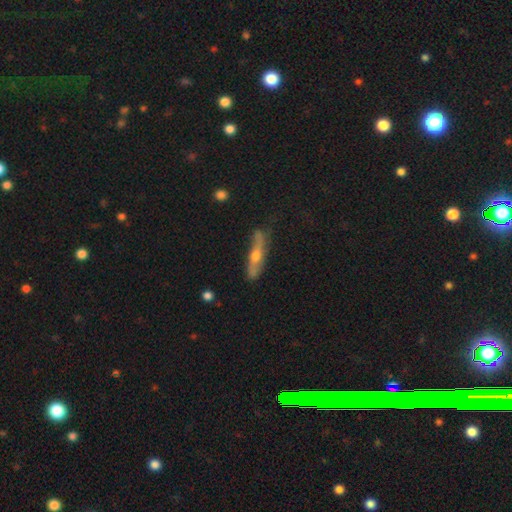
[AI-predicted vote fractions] Overall: featured or disk (63%; smooth 31%). Edge-on disk: yes (78%). Merging: none (74%).